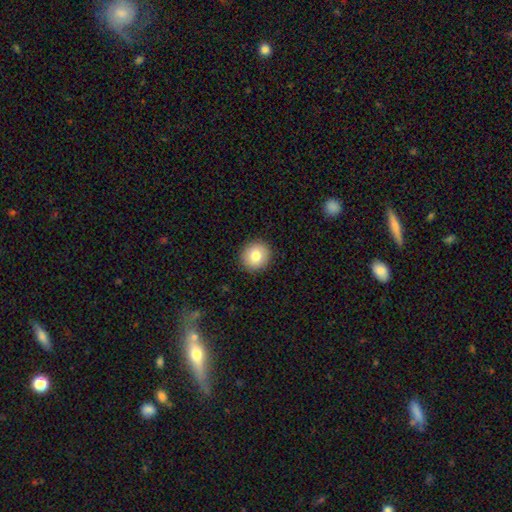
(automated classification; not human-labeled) Smooth or featured? Predicted: smooth (p=0.81). How rounded? Predicted: round (p=0.93). Merging? Predicted: none (p=0.91).